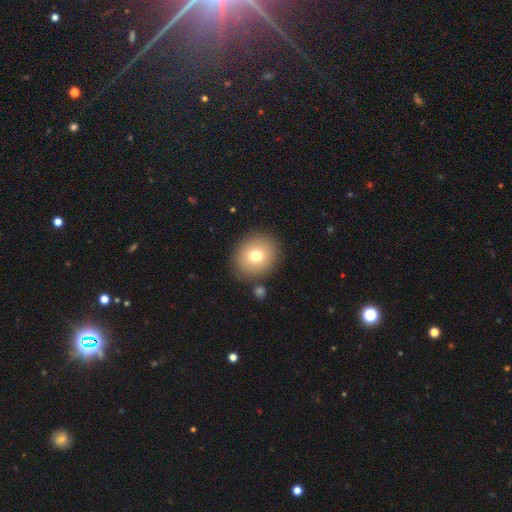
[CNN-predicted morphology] smooth 75%, featured or disk 15%, star or artifact 11%. Down the decision tree: how rounded — round (77%); merging — none (84%).